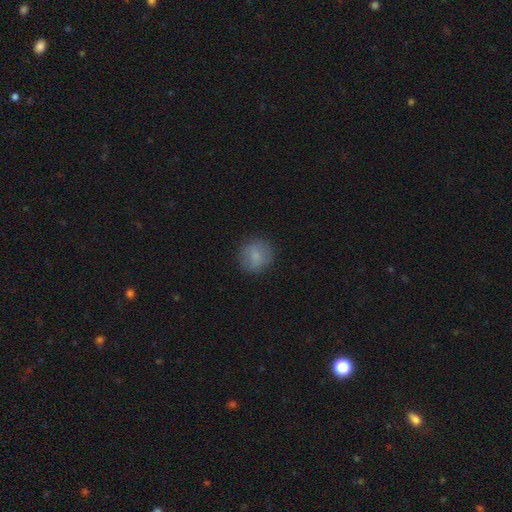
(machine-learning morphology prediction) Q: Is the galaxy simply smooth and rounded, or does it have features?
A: smooth — 78%.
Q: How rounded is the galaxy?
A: round — 88%.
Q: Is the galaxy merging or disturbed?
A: none — 83%.